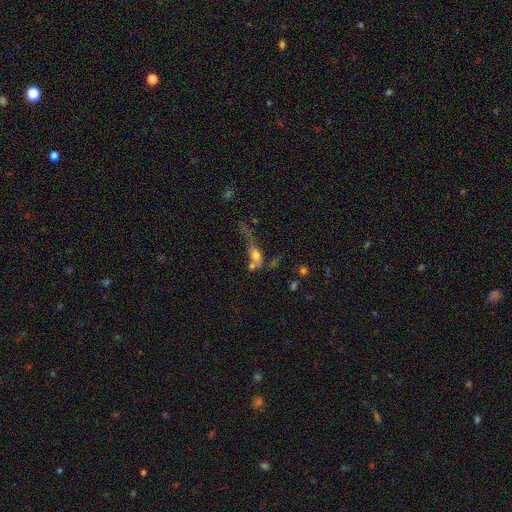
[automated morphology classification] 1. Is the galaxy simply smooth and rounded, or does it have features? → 51% smooth, 33% featured or disk, 16% star or artifact.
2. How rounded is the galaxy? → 51% in between, 27% cigar-shaped, 21% round.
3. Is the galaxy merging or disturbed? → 32% merger, 30% major disturbance, 23% none, 14% minor disturbance.